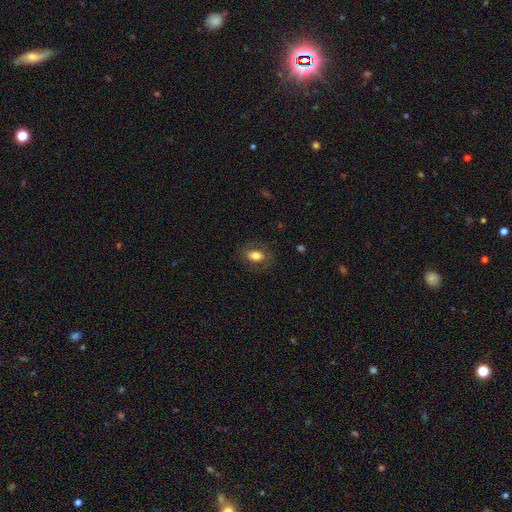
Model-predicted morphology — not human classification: A smooth galaxy with no disk features (73%) that is in between round and cigar-shaped (81%). Merging: none (78%).